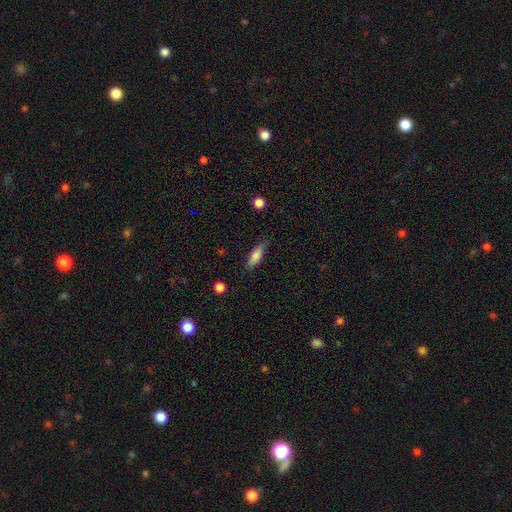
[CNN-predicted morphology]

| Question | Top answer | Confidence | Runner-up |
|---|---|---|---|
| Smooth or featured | smooth | 80% | featured or disk (13%) |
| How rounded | in between | 61% | cigar-shaped (37%) |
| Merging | none | 77% | minor disturbance (17%) |